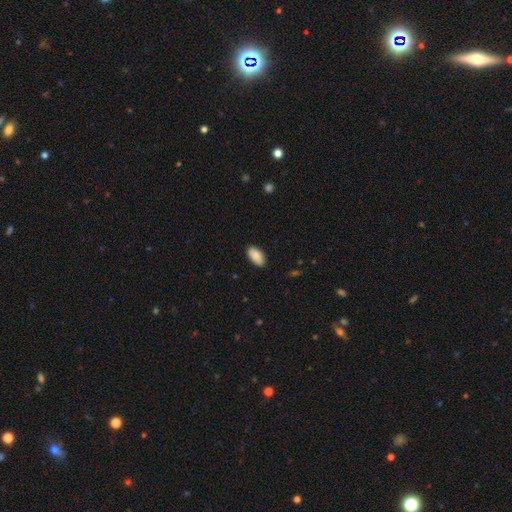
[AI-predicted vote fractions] Smooth or featured: smooth — 85% (featured or disk — 9%)
How rounded: in between — 95% (round — 3%)
Merging: none — 85% (minor disturbance — 12%)